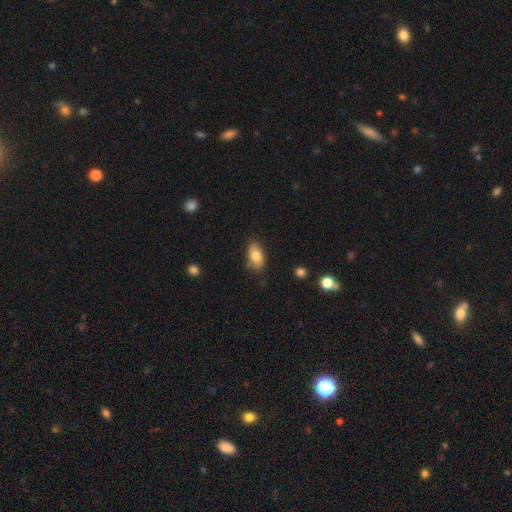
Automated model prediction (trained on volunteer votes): smooth-or-featured: smooth: 81% | featured or disk: 11% | star or artifact: 7%
  how-rounded: in between: 92% | round: 5% | cigar-shaped: 3%
  merging: none: 79% | minor disturbance: 17% | major disturbance: 3% | merger: 2%